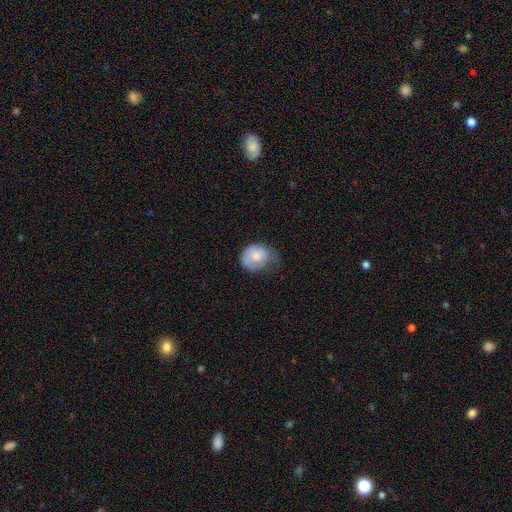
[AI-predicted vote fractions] Overall: smooth (72%). How rounded: round (57%; in between 42%). Merging: minor disturbance (41%; none 32%).